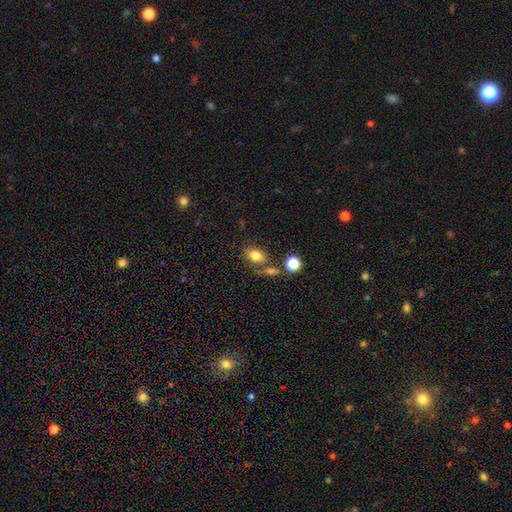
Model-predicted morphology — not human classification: Q: Smooth or featured?
A: smooth (79%); runner-up: star or artifact (11%)
Q: How rounded?
A: in between (72%); runner-up: round (27%)
Q: Merging?
A: none (61%); runner-up: merger (19%)